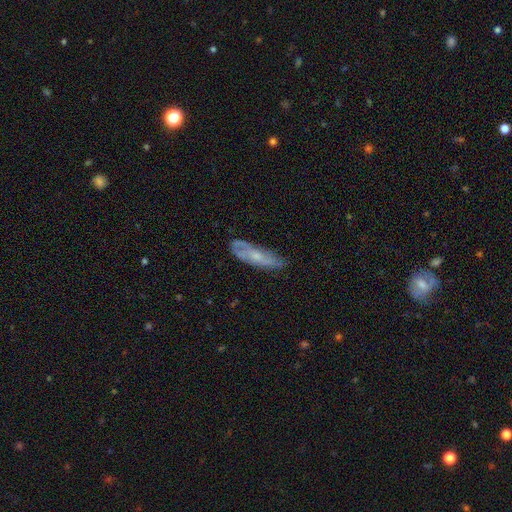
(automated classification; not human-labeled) Morphology: type=featured or disk (55%); edge-on=no (67%); merging=none (68%).